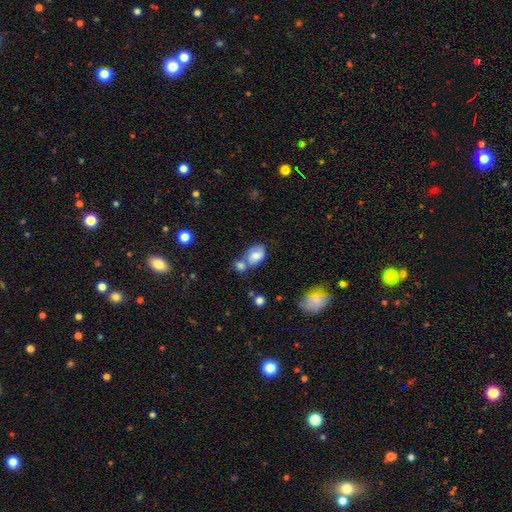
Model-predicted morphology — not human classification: A smooth galaxy with no disk features (73%) that is in between round and cigar-shaped (85%). Merging: merger (42%).